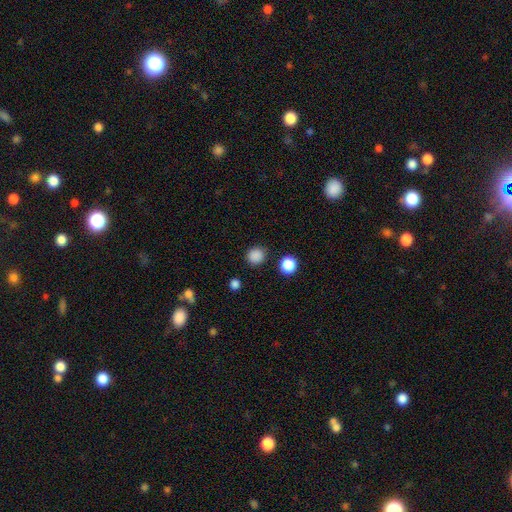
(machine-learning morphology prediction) A smooth galaxy with no disk features (85%) that is round (91%).

Vote fractions:
- Smooth or featured? smooth: 85% / star or artifact: 12% / featured or disk: 3%
- How rounded? round: 91% / in between: 8% / cigar-shaped: 1%
- Merging? none: 88% / minor disturbance: 6% / major disturbance: 3% / merger: 2%